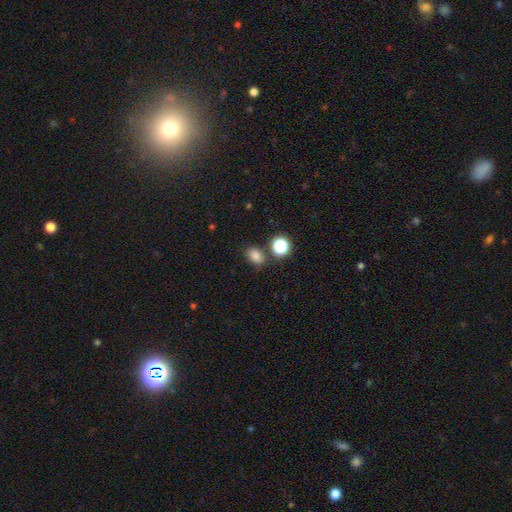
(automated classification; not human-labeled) Smooth or featured?
  - smooth: 78% *
  - star or artifact: 16%
  - featured or disk: 6%
How rounded?
  - in between: 65% *
  - round: 34%
  - cigar-shaped: 1%
Merging?
  - none: 76% *
  - minor disturbance: 13%
  - merger: 8%
  - major disturbance: 4%